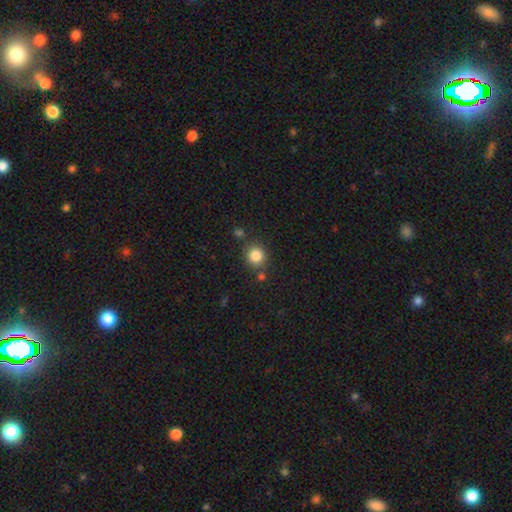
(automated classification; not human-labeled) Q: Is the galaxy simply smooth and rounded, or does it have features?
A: smooth — 84%.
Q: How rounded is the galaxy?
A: round — 88%.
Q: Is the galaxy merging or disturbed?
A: none — 80%.